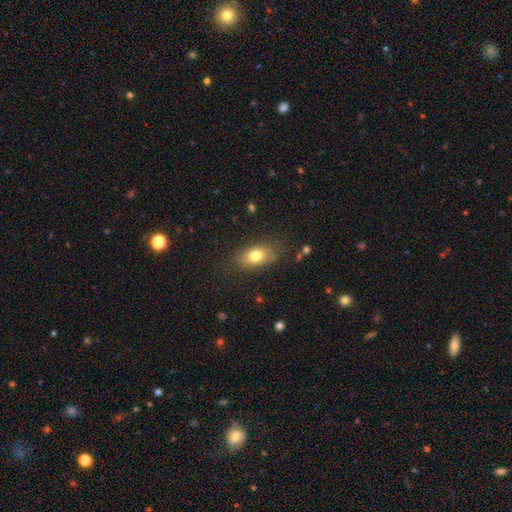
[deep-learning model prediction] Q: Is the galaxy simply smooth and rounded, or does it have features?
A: smooth — 76%.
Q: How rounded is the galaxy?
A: in between — 83%.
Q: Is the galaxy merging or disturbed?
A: none — 78%.